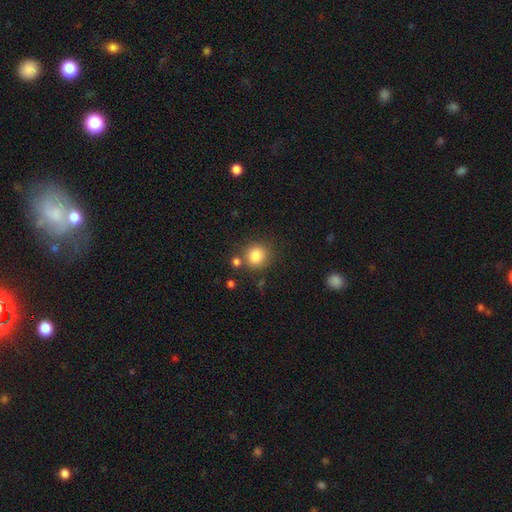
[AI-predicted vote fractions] Smooth or featured? Predicted: smooth (p=0.84). How rounded? Predicted: round (p=0.87). Merging? Predicted: none (p=0.76).